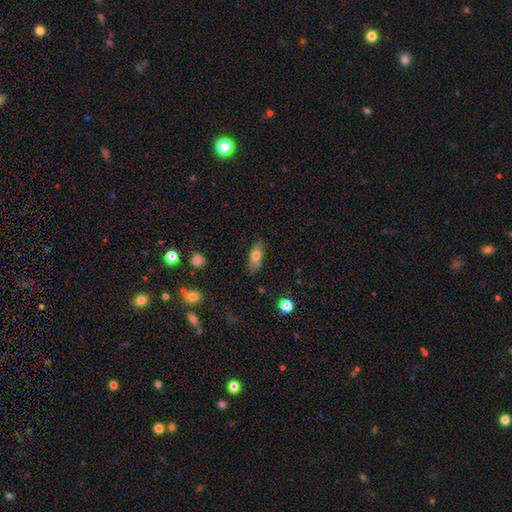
Overall: smooth (85%). How rounded: in between (76%). Merging: none (78%).